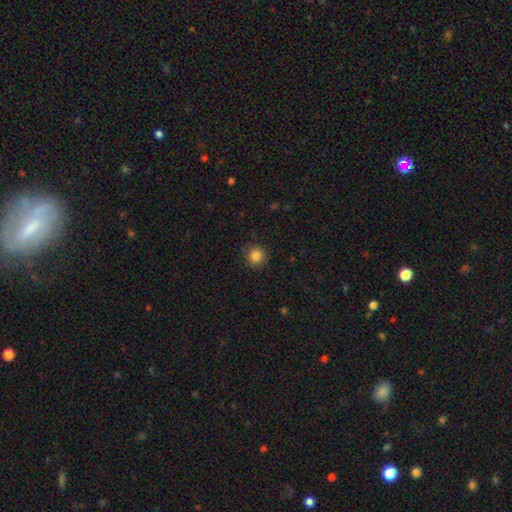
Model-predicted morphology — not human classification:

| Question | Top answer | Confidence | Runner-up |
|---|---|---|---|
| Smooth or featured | smooth | 85% | star or artifact (11%) |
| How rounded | round | 92% | in between (8%) |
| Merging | none | 85% | minor disturbance (11%) |